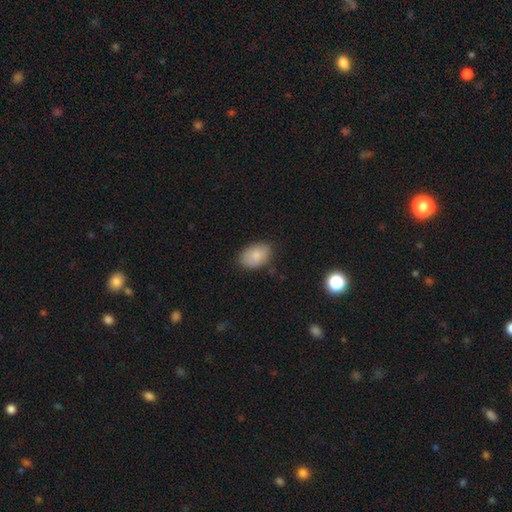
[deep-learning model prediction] Morphology: type=smooth (85%); roundness=in between (88%); merging=none (81%).